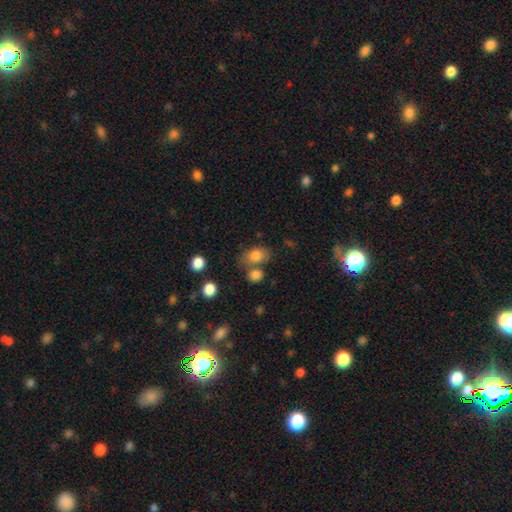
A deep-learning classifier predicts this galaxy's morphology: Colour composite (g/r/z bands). It shows a smooth galaxy with no disk features (81%) that is in between round and cigar-shaped (72%). Merging: none (55%).